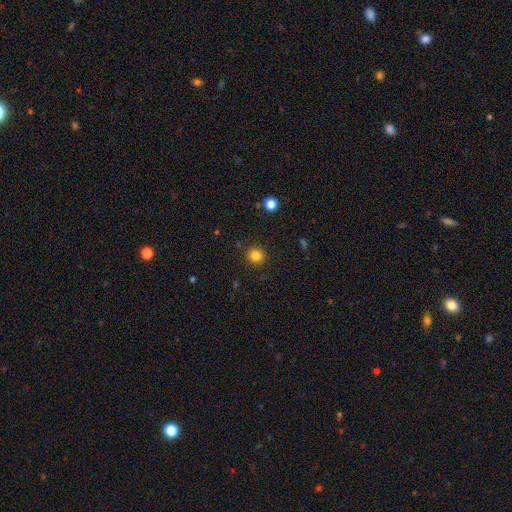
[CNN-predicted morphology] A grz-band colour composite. It shows a smooth galaxy with no disk features (83%) that is round (91%). Merging: none (89%).